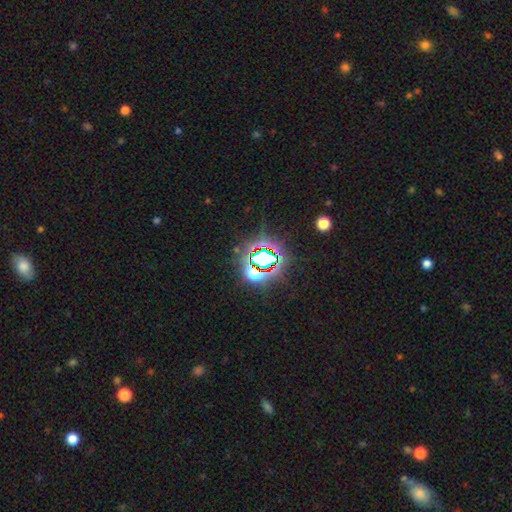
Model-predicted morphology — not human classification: This appears to be a star or artifact, not a galaxy (78%).